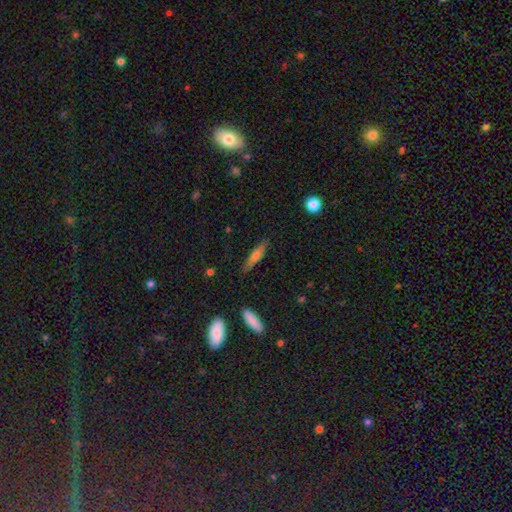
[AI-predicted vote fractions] Q: Smooth or featured?
A: smooth (56%); runner-up: featured or disk (37%)
Q: How rounded?
A: cigar-shaped (77%); runner-up: in between (20%)
Q: Merging?
A: none (85%); runner-up: minor disturbance (11%)